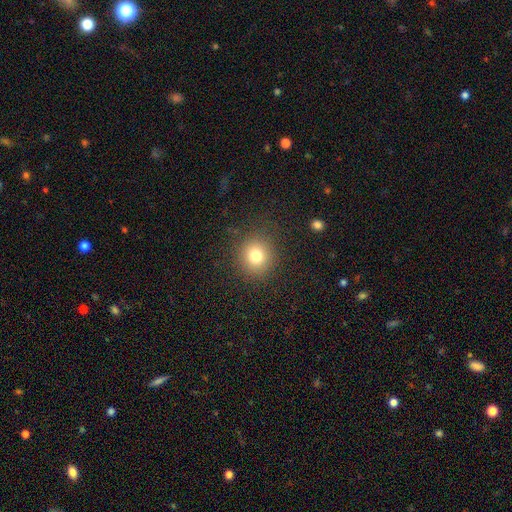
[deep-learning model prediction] The model was most divided on "smooth or featured": smooth: 77%, star or artifact: 14%, featured or disk: 9%. More confident: how rounded — round (87%); merging — none (87%).